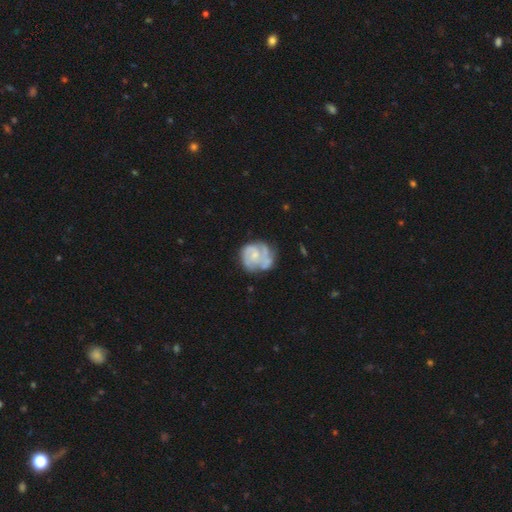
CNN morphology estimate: type=featured or disk (75%); edge-on=no (98%); bar=no (69%); spiral arms=yes (87%); winding=tight (53%); arm count=2 (42%); bulge=small (51%); merging=none (48%).